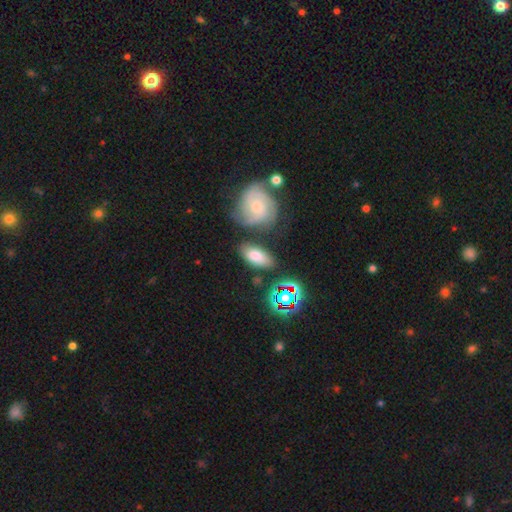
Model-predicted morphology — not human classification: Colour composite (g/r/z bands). It shows a smooth galaxy with no disk features (70%) that is in between round and cigar-shaped (89%). Merging: none (71%).